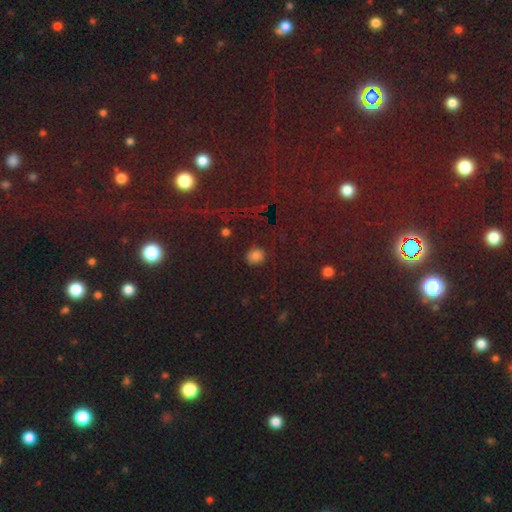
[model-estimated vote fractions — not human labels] This is likely a smooth galaxy (69%). How rounded: likely round (77%). Merging: clearly none (82%).